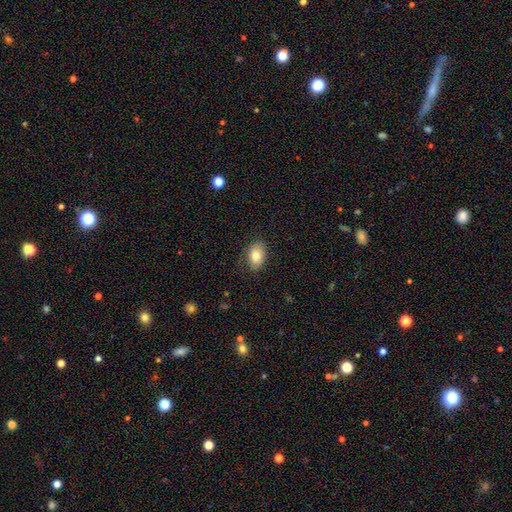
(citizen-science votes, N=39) Smooth or featured?
  - smooth: 87% *
  - featured or disk: 10%
  - star or artifact: 3%
How rounded?
  - in between: 85% *
  - round: 15%
  - cigar-shaped: 0%
Merging?
  - none: 68% *
  - minor disturbance: 24%
  - major disturbance: 8%
  - merger: 0%